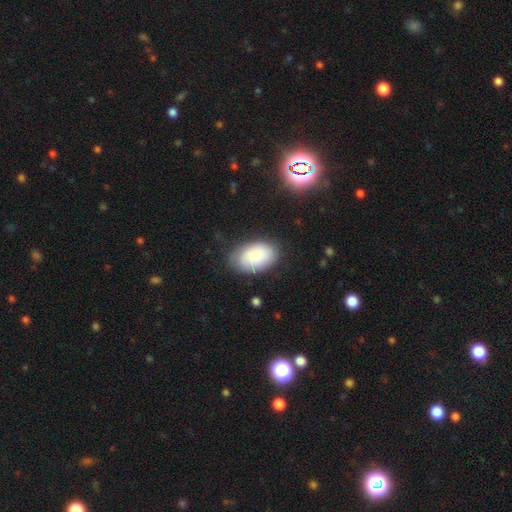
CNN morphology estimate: smooth_or_featured: smooth (p=0.79) [alt: featured or disk p=0.14]
how_rounded: in between (p=0.92) [alt: round p=0.07]
merging: none (p=0.74) [alt: minor disturbance p=0.19]